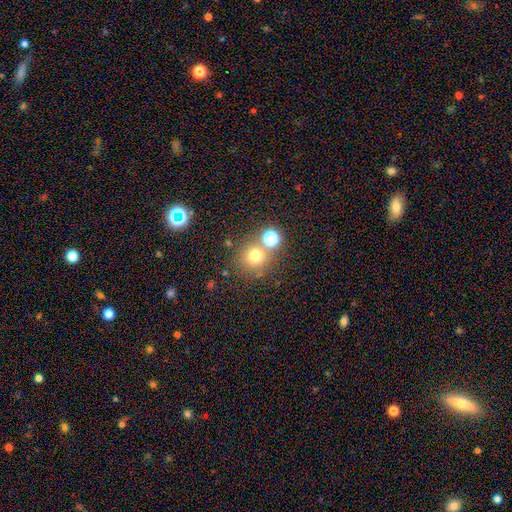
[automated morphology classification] Smooth or featured: smooth — 70% (star or artifact — 20%)
How rounded: round — 90% (in between — 9%)
Merging: none — 67% (merger — 20%)